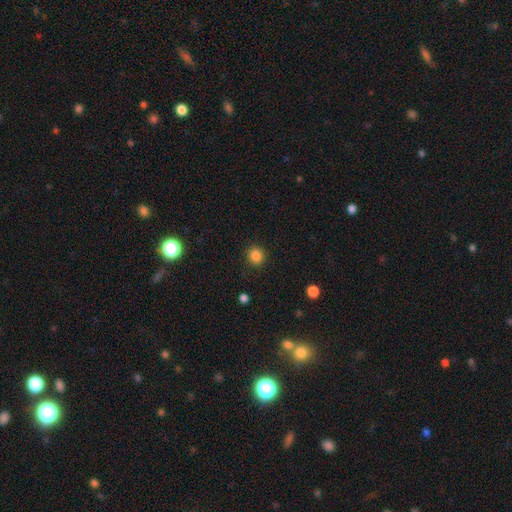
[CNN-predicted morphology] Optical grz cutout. It shows a smooth galaxy with no disk features (85%) that is round (86%). Merging: none (89%).